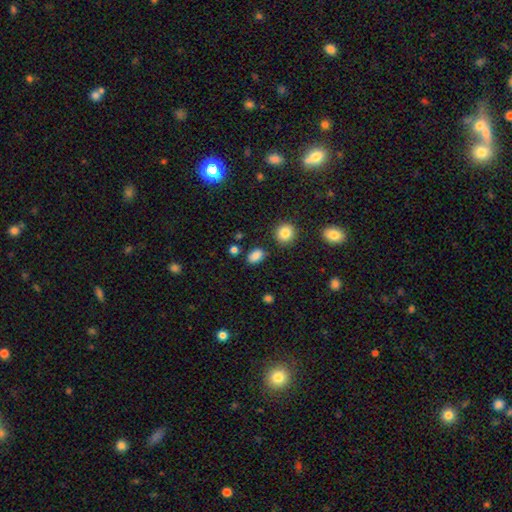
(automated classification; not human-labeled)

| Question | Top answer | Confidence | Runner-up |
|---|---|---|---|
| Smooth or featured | smooth | 85% | star or artifact (11%) |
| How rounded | in between | 82% | round (17%) |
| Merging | none | 81% | minor disturbance (13%) |